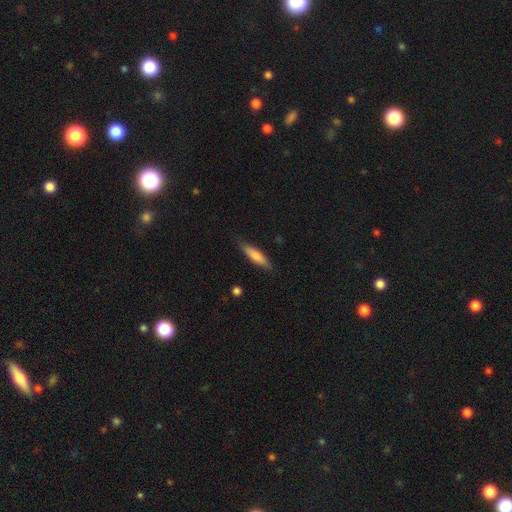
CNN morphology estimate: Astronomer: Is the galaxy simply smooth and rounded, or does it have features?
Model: smooth — 76%.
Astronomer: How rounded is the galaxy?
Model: cigar-shaped — 72%.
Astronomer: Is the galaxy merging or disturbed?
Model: none — 82%.